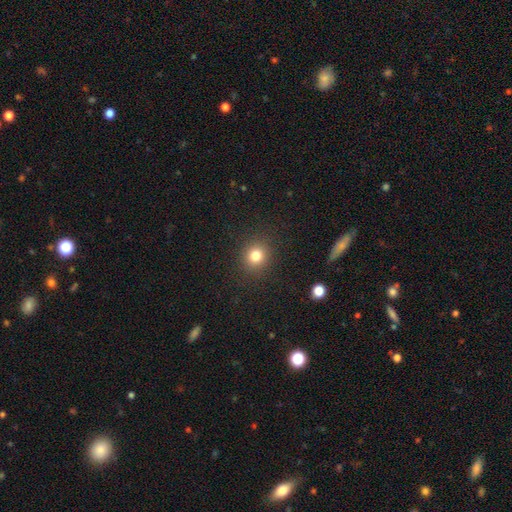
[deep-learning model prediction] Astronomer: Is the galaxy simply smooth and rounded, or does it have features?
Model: smooth — 80%.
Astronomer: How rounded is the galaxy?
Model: round — 85%.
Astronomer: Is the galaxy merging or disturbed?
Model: none — 89%.